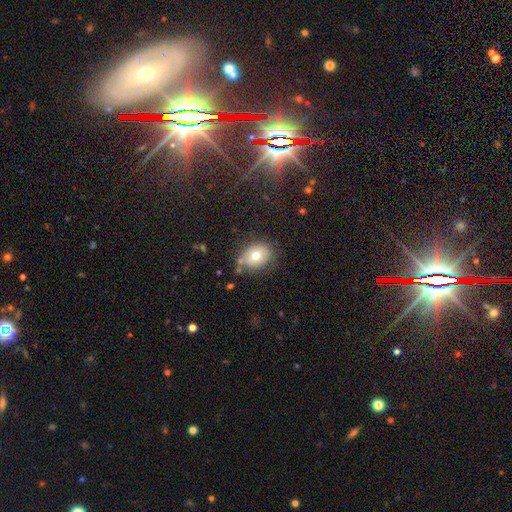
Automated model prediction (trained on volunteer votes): A smooth galaxy with no disk features (72%) that is in between round and cigar-shaped (55%).

Vote fractions:
- Smooth or featured? smooth: 72% / featured or disk: 18% / star or artifact: 10%
- How rounded? in between: 55% / round: 44% / cigar-shaped: 1%
- Merging? none: 67% / minor disturbance: 20% / merger: 7% / major disturbance: 6%